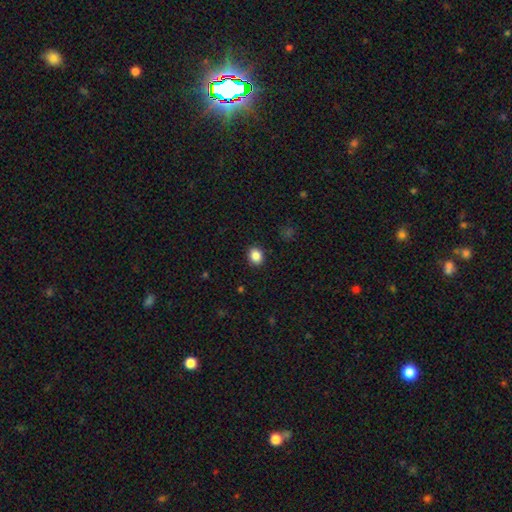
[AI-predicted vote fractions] Q: Smooth or featured?
A: smooth (87%); runner-up: star or artifact (10%)
Q: How rounded?
A: round (59%); runner-up: in between (40%)
Q: Merging?
A: none (91%); runner-up: minor disturbance (6%)